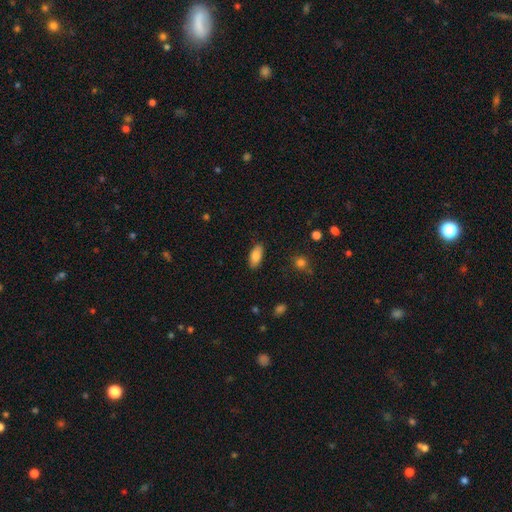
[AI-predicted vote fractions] Morphology: type=smooth (83%); roundness=in between (89%); merging=none (87%).